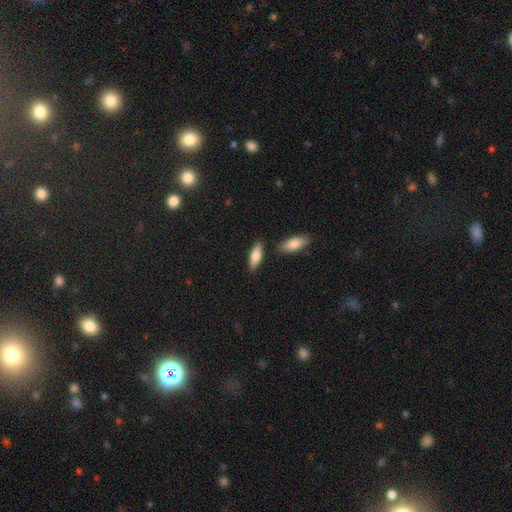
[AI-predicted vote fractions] smooth 76%, featured or disk 19%, star or artifact 6%. Down the decision tree: how rounded — in between (64%); merging — none (80%).